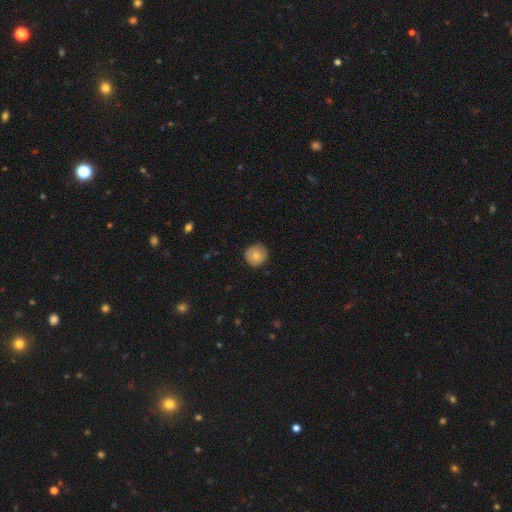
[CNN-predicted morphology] Smooth or featured?
  - smooth: 76% *
  - featured or disk: 17%
  - star or artifact: 7%
How rounded?
  - round: 92% *
  - in between: 7%
  - cigar-shaped: 1%
Merging?
  - none: 85% *
  - minor disturbance: 12%
  - major disturbance: 2%
  - merger: 1%